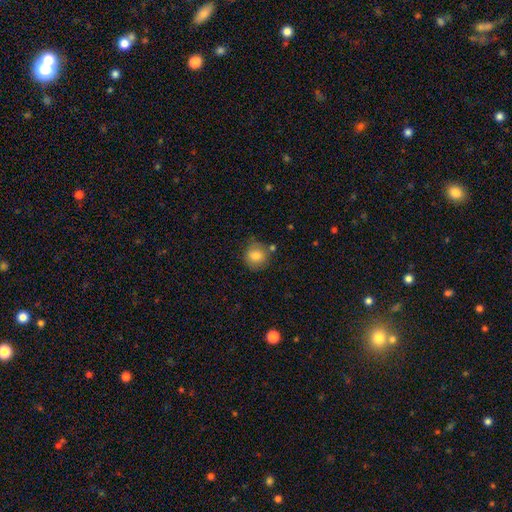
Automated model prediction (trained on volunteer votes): Smooth or featured: smooth — 81% (featured or disk — 10%)
How rounded: round — 90% (in between — 10%)
Merging: none — 77% (minor disturbance — 14%)